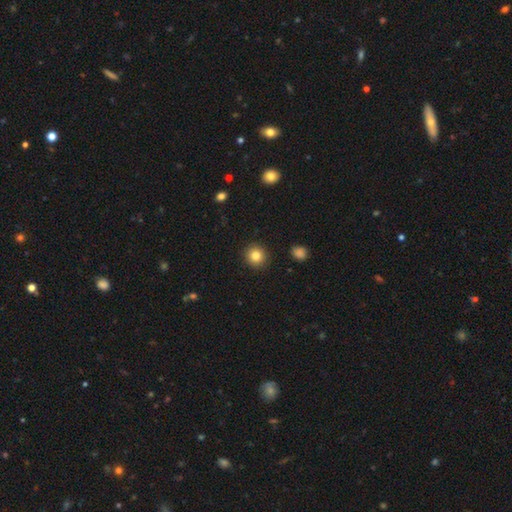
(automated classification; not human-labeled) Morphology: type=smooth (83%); roundness=round (91%); merging=none (92%).